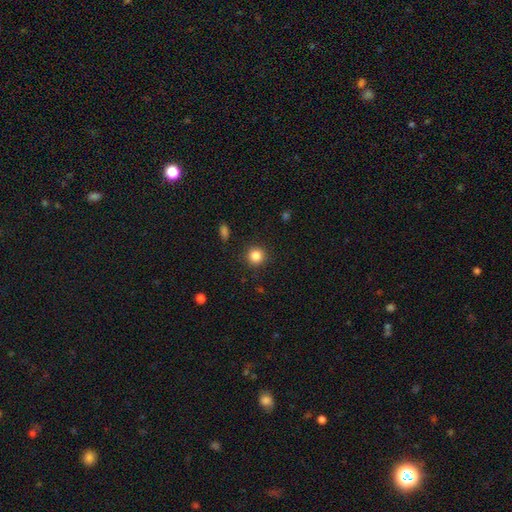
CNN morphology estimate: smooth 85%, star or artifact 11%, featured or disk 4%. Down the decision tree: how rounded — round (93%); merging — none (90%).